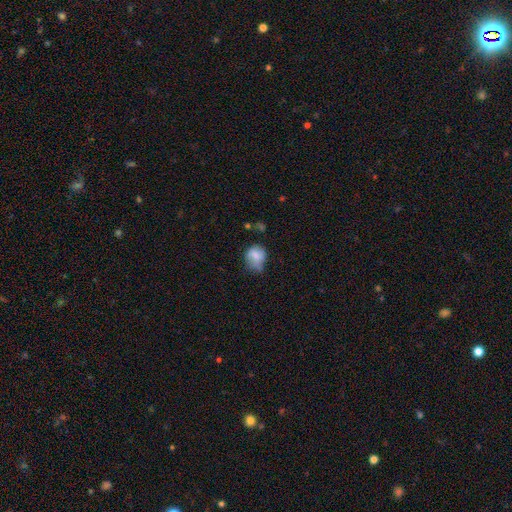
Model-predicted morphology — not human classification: smooth 71%, featured or disk 19%, star or artifact 10%. Down the decision tree: how rounded — round (50%); merging — minor disturbance (40%).